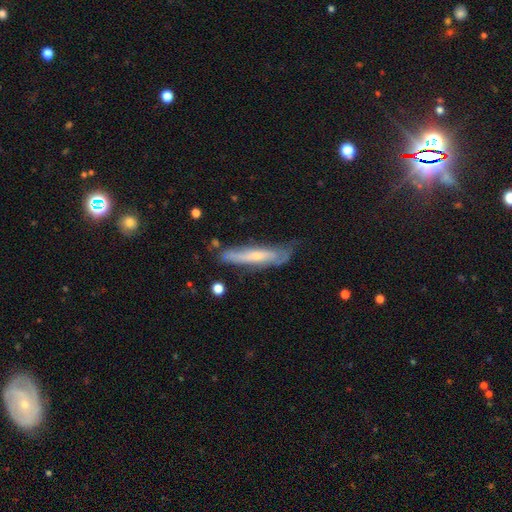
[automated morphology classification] smooth_or_featured: featured or disk (p=0.58) [alt: smooth p=0.36]
disk_edge_on: yes (p=0.64) [alt: no p=0.36]
merging: none (p=0.59) [alt: minor disturbance p=0.29]